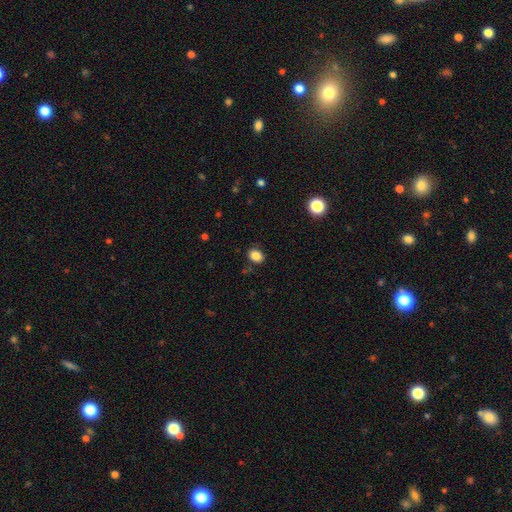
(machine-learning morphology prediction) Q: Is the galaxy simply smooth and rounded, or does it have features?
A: smooth — 85%.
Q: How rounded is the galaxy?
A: in between — 62%.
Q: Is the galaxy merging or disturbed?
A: none — 84%.